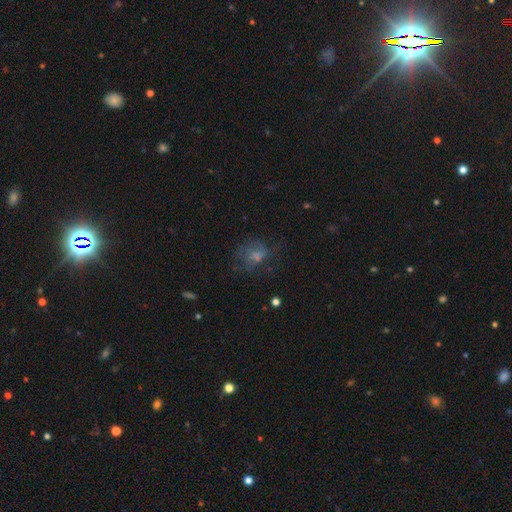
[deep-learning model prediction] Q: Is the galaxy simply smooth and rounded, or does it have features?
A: smooth — 46%.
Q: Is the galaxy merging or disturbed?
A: none — 59%.